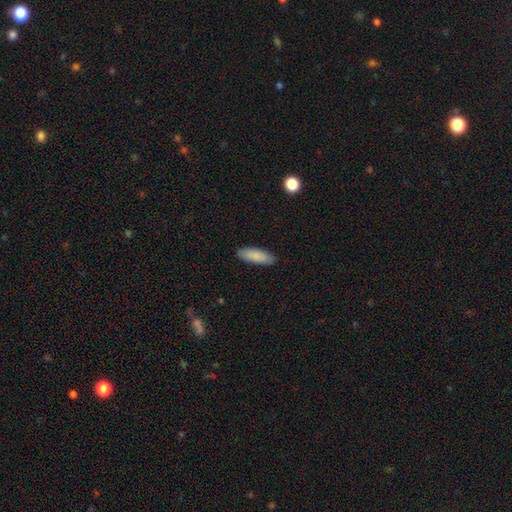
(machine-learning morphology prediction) Smooth or featured? Predicted: smooth (p=0.88). How rounded? Predicted: in between (p=0.57). Merging? Predicted: none (p=0.89).